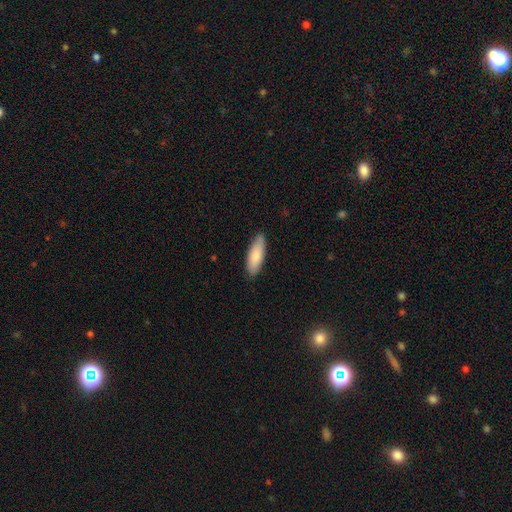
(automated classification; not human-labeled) A smooth galaxy with no disk features (83%) that is in between round and cigar-shaped (66%).

Vote fractions:
- Smooth or featured? smooth: 83% / featured or disk: 12% / star or artifact: 5%
- How rounded? in between: 66% / cigar-shaped: 33% / round: 2%
- Merging? none: 87% / minor disturbance: 11% / major disturbance: 2% / merger: 1%